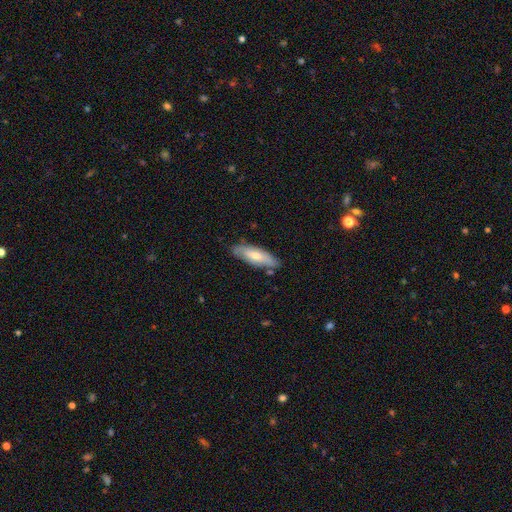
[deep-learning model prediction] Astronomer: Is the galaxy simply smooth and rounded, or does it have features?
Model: smooth — 54% (runner-up: featured or disk, 40%).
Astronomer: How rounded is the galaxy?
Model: in between — 52% (runner-up: cigar-shaped, 46%).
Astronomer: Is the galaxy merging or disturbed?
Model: none — 80%.